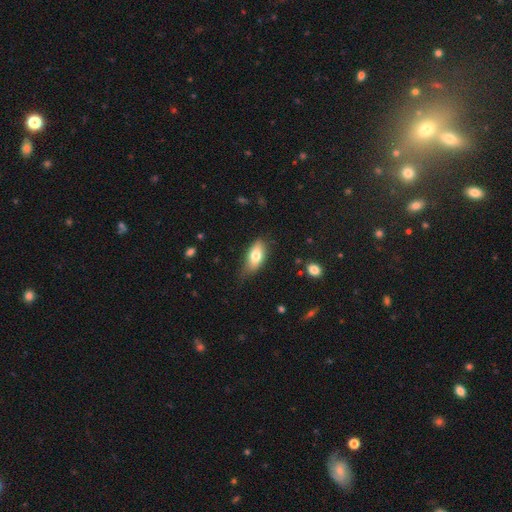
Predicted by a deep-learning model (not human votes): smooth 74%, featured or disk 19%, star or artifact 7%. Down the decision tree: how rounded — in between (84%); merging — none (66%).